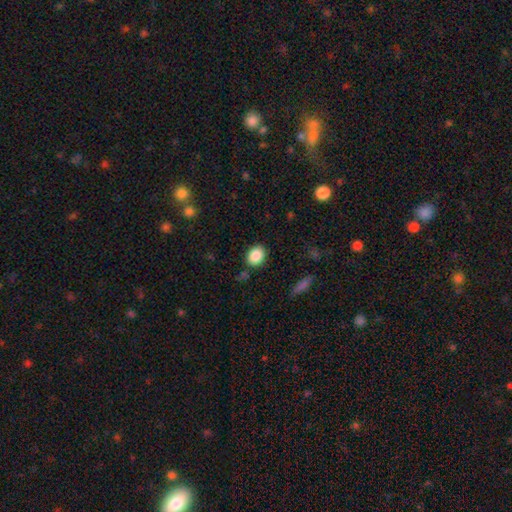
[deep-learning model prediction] Smooth or featured? Predicted: smooth (p=0.88). How rounded? Predicted: in between (p=0.55). Merging? Predicted: none (p=0.84).